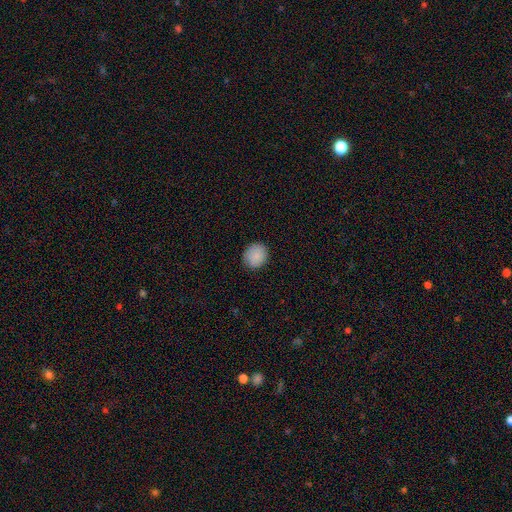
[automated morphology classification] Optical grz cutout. It shows a smooth galaxy with no disk features (88%) that is round (77%). Merging: none (88%).